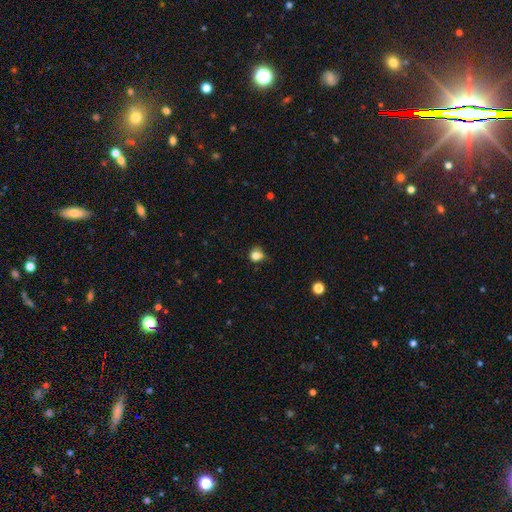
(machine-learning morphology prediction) smooth 80%, star or artifact 12%, featured or disk 7%. Down the decision tree: how rounded — round (78%); merging — none (55%).